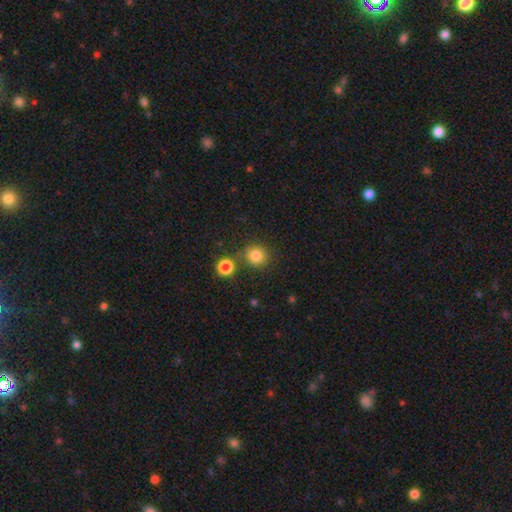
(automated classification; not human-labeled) The model was most divided on "smooth or featured": smooth: 83%, star or artifact: 12%, featured or disk: 5%. More confident: how rounded — round (89%); merging — none (80%).